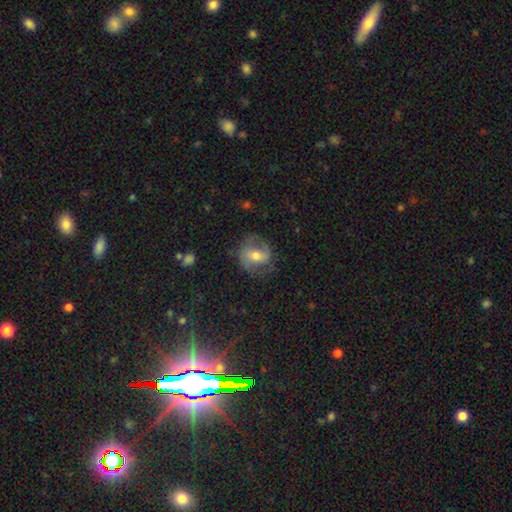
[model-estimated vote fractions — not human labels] featured or disk 61%, smooth 31%, star or artifact 8%. Down the decision tree: edge-on disk — no (96%); bar — weak (41%); spiral arms — yes (81%); bulge size — moderate (66%); merging — none (68%).